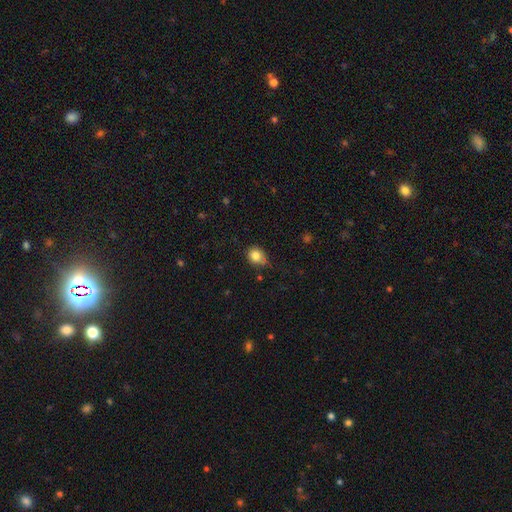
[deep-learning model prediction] smooth_or_featured: smooth (p=0.82) [alt: star or artifact p=0.11]
how_rounded: round (p=0.67) [alt: in between p=0.32]
merging: none (p=0.68) [alt: minor disturbance p=0.24]